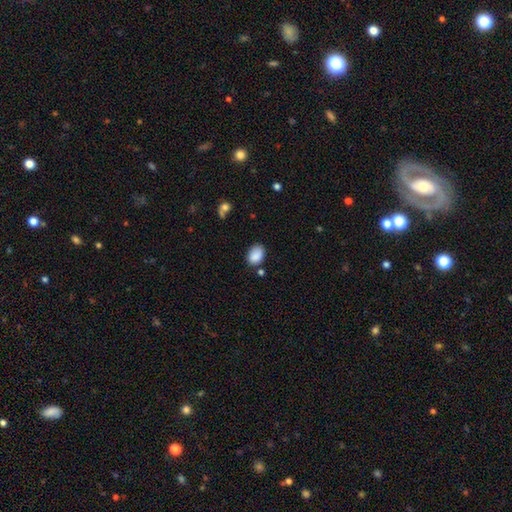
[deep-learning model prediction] smooth_or_featured: smooth (p=0.88) [alt: star or artifact p=0.08]
how_rounded: in between (p=0.77) [alt: round p=0.22]
merging: none (p=0.72) [alt: minor disturbance p=0.19]